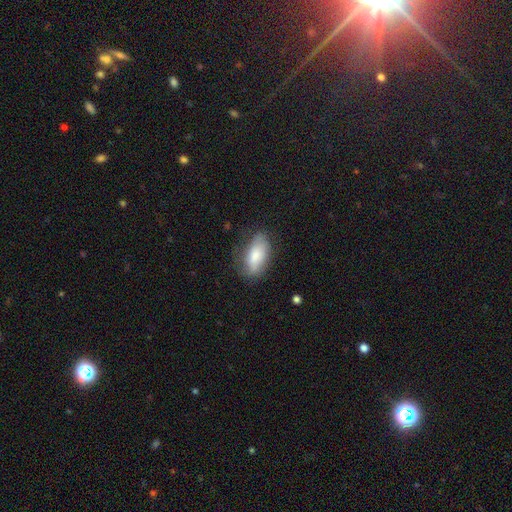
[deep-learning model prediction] smooth_or_featured: smooth (p=0.76) [alt: featured or disk p=0.17]
how_rounded: in between (p=0.88) [alt: cigar-shaped p=0.08]
merging: none (p=0.64) [alt: minor disturbance p=0.26]